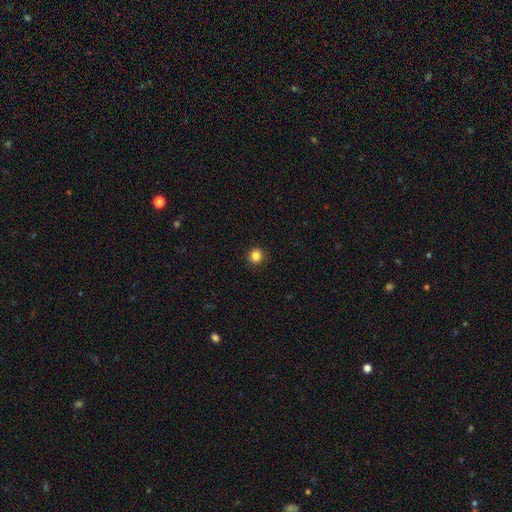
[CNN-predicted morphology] type=smooth (85%); roundness=round (93%); merging=none (92%).